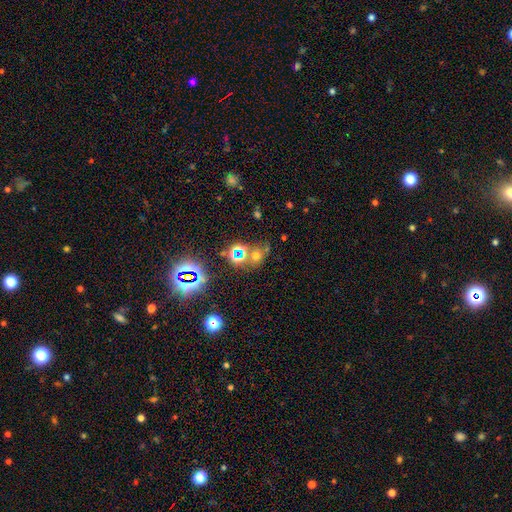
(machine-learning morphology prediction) Smooth or featured? smooth (46%)
Merging? none (57%)